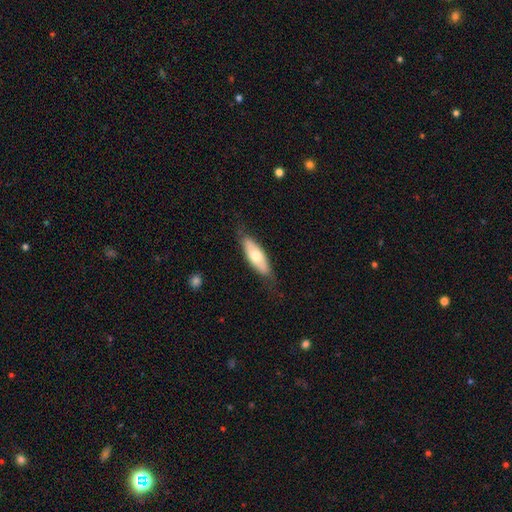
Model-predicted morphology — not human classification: This appears to be a smooth galaxy with no disk features (61%) that is in between round and cigar-shaped (67%). Merging: none (77%).